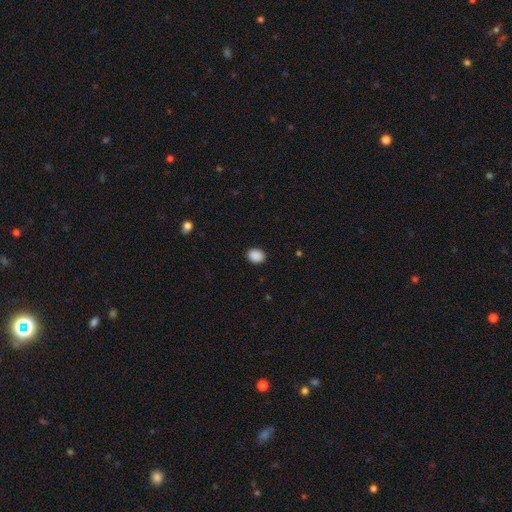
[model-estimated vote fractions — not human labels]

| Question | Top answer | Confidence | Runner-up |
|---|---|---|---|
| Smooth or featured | smooth | 89% | star or artifact (8%) |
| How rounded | in between | 56% | round (43%) |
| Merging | none | 90% | minor disturbance (7%) |